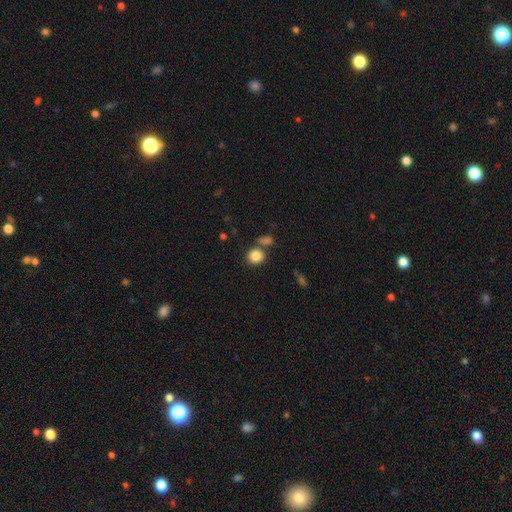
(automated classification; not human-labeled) This is clearly a smooth galaxy (85%). How rounded: clearly round (85%). Merging: likely none (68%).